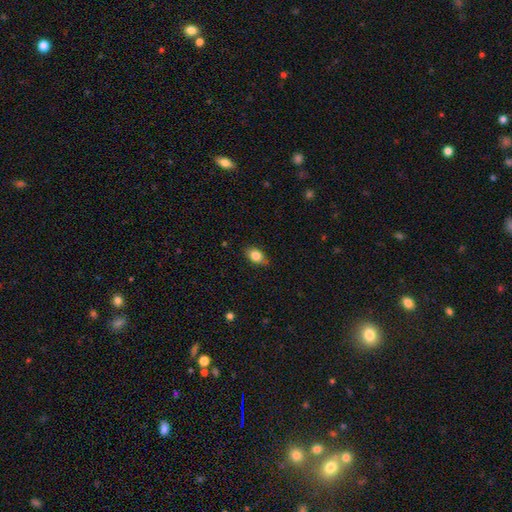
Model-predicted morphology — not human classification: Q: Smooth or featured?
A: smooth (82%); runner-up: featured or disk (10%)
Q: How rounded?
A: in between (82%); runner-up: round (14%)
Q: Merging?
A: none (81%); runner-up: minor disturbance (15%)